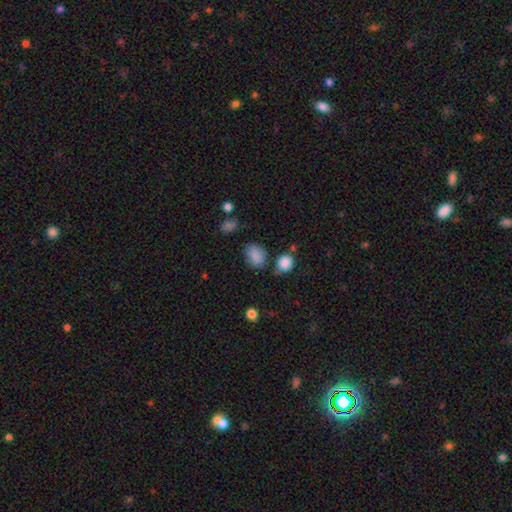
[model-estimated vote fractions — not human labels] smooth 82%, star or artifact 10%, featured or disk 8%. Down the decision tree: how rounded — in between (70%); merging — none (66%).